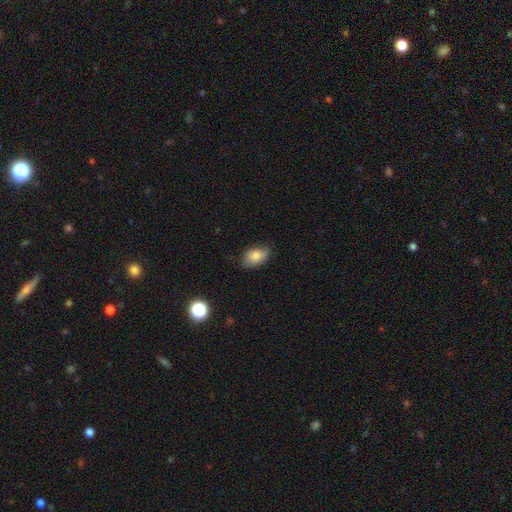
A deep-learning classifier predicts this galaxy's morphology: This appears to be a smooth galaxy with no disk features (82%) that is in between round and cigar-shaped (88%). Merging: none (73%).